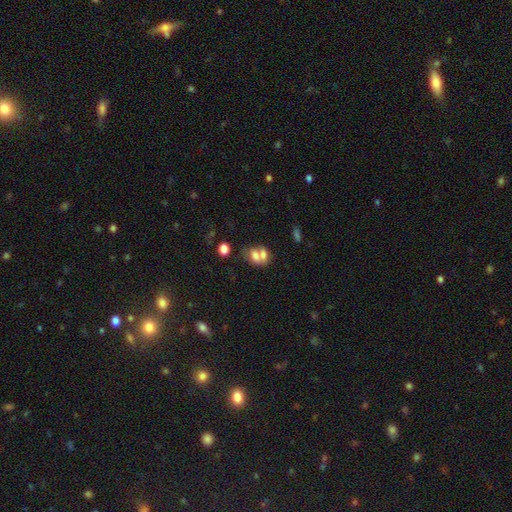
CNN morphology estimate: This is likely a smooth galaxy (65%). How rounded: likely in between (71%). Merging: possibly merger (57%).